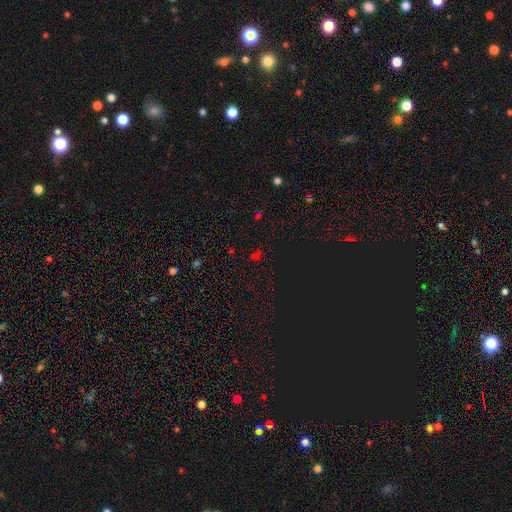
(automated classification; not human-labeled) This is possibly a star or artifact rather than a galaxy (60%).